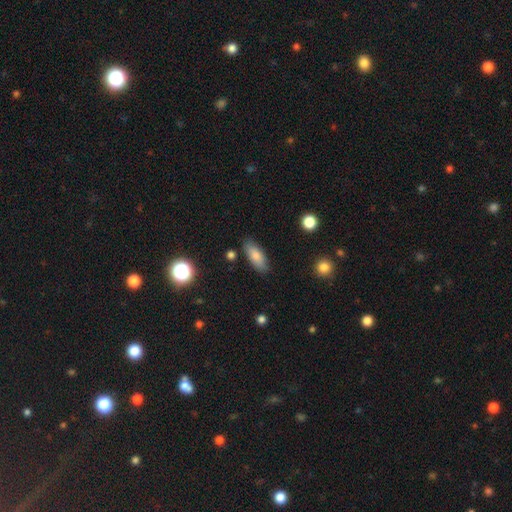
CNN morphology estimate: smooth-or-featured: smooth: 81% | featured or disk: 12% | star or artifact: 7%
  how-rounded: in between: 75% | cigar-shaped: 22% | round: 3%
  merging: none: 83% | minor disturbance: 12% | major disturbance: 3% | merger: 2%